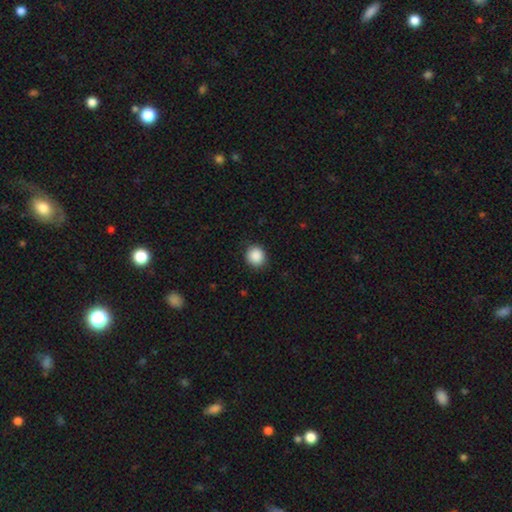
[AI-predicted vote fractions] Overall: smooth (89%). How rounded: round (84%). Merging: none (87%).